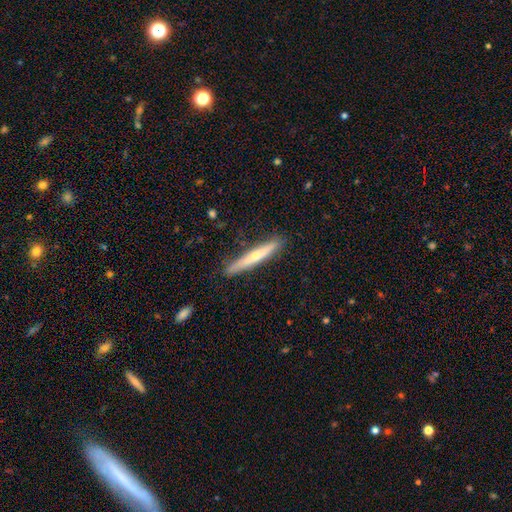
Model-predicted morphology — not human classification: The model was most divided on "smooth or featured": featured or disk: 50%, smooth: 44%, star or artifact: 6%. More confident: edge-on disk — yes (94%); merging — none (88%).